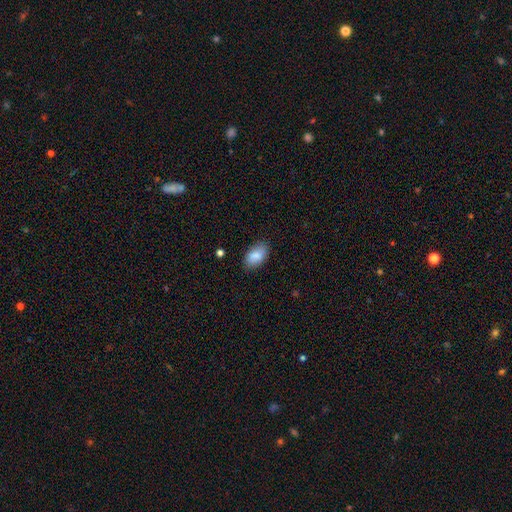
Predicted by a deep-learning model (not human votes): smooth-or-featured: smooth: 84% | featured or disk: 9% | star or artifact: 7%
  how-rounded: in between: 93% | round: 6% | cigar-shaped: 2%
  merging: none: 83% | minor disturbance: 13% | major disturbance: 3% | merger: 1%